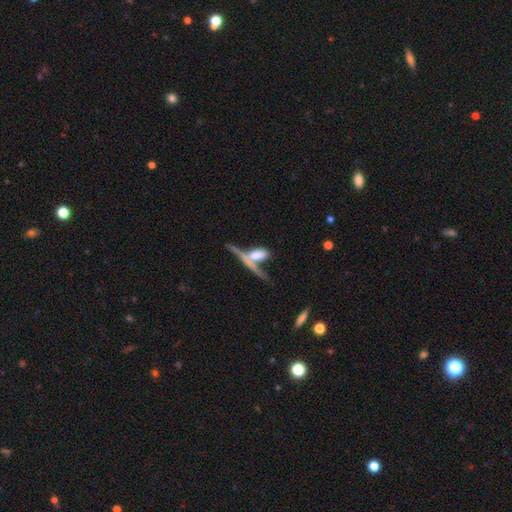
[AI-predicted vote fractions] Q: Smooth or featured?
A: smooth (54%); runner-up: featured or disk (37%)
Q: How rounded?
A: in between (47%); runner-up: cigar-shaped (40%)
Q: Merging?
A: merger (47%); runner-up: none (29%)